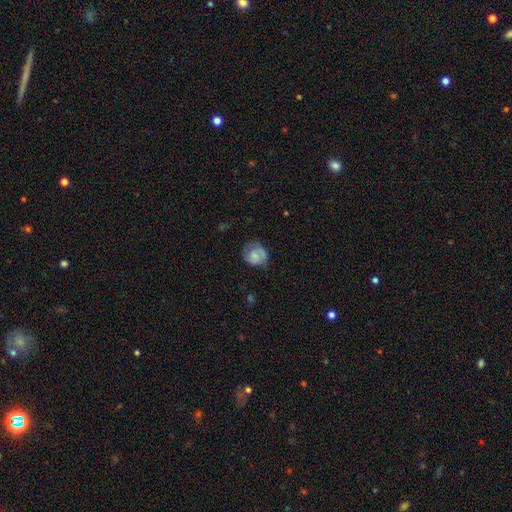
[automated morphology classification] This is possibly a smooth galaxy (52%). How rounded: likely round (76%). Merging: likely none (62%).